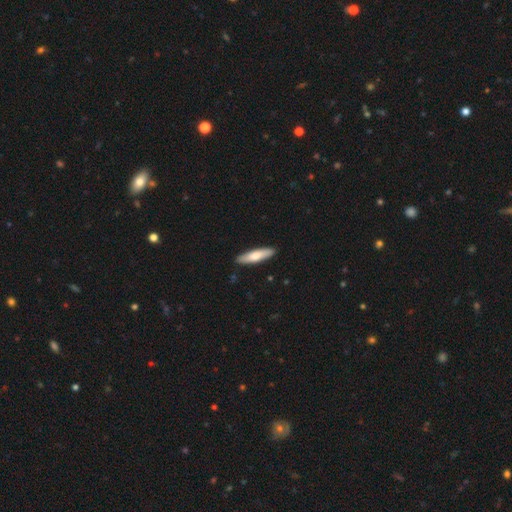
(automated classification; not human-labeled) This appears to be a smooth galaxy with no disk features (70%) that is cigar-shaped (75%). Merging: none (90%).